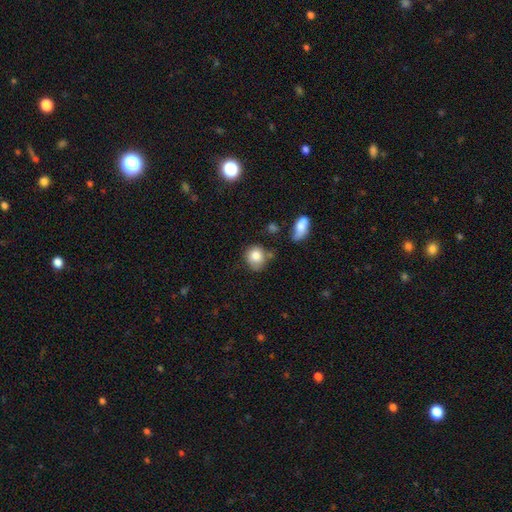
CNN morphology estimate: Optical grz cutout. It shows a smooth galaxy with no disk features (82%) that is round (69%). Merging: none (53%).